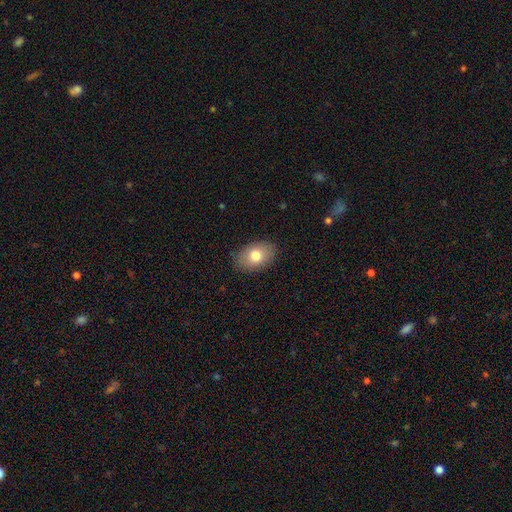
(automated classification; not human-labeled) smooth 76%, featured or disk 16%, star or artifact 8%. Down the decision tree: how rounded — in between (86%); merging — none (86%).